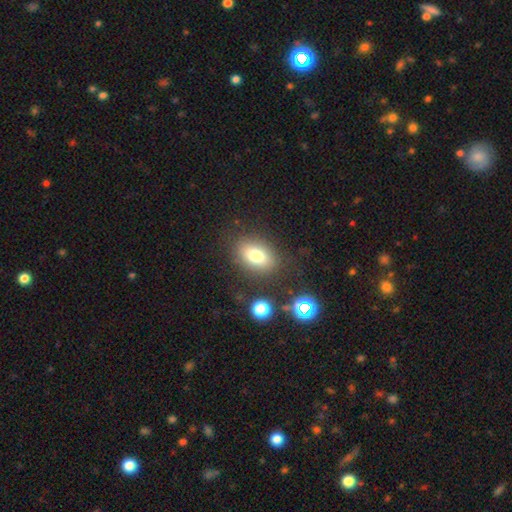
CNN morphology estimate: type=smooth (77%); roundness=in between (79%); merging=none (80%).